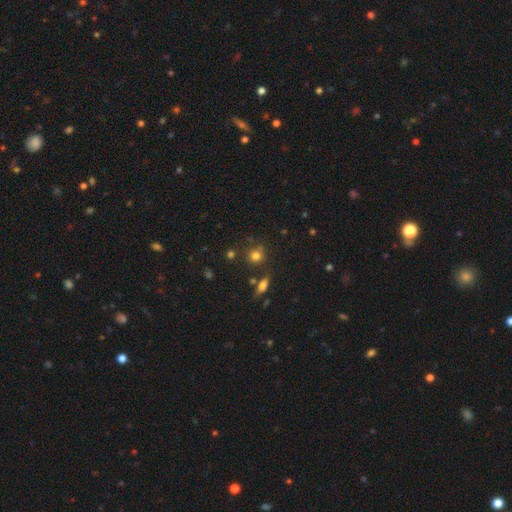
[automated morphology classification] Smooth or featured? Predicted: smooth (p=0.76). How rounded? Predicted: round (p=0.84). Merging? Predicted: none (p=0.75).